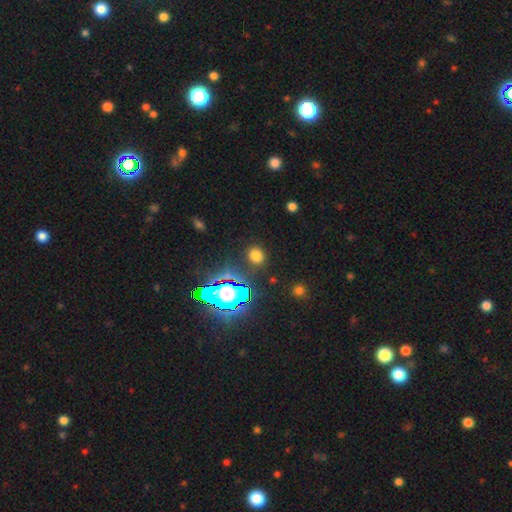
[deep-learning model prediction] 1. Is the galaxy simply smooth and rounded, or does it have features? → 67% smooth, 26% star or artifact, 8% featured or disk.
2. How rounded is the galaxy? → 71% round, 28% in between, 2% cigar-shaped.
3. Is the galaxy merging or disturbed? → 86% none, 8% minor disturbance, 3% major disturbance, 2% merger.